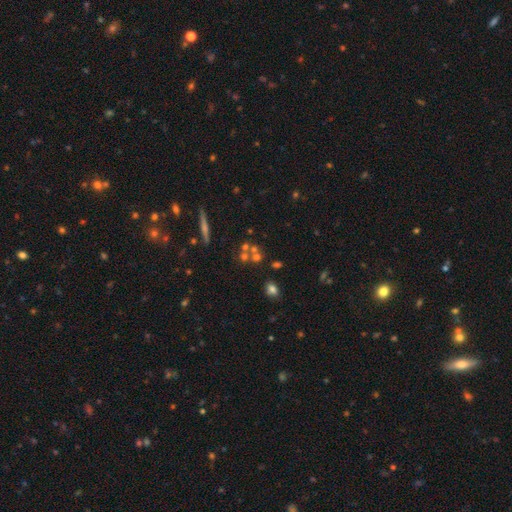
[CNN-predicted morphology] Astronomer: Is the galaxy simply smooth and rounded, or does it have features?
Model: smooth — 48% (runner-up: featured or disk, 29%).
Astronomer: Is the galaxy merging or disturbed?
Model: none — 43%, tied with merger at 43%.